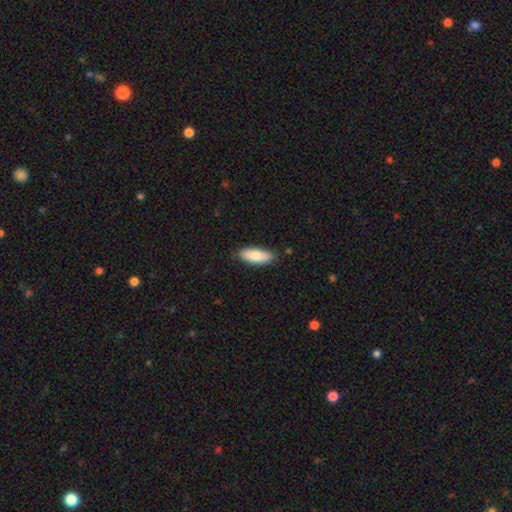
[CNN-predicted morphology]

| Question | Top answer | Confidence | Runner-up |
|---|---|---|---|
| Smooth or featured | smooth | 81% | featured or disk (13%) |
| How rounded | in between | 78% | cigar-shaped (20%) |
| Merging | none | 84% | minor disturbance (13%) |